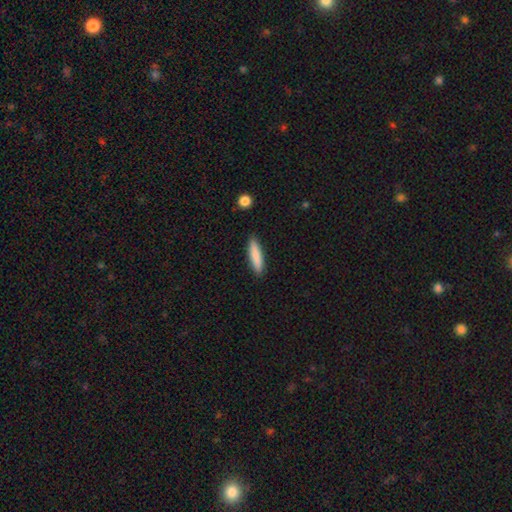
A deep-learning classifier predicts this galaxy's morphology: Q: Smooth or featured?
A: smooth (83%); runner-up: featured or disk (11%)
Q: How rounded?
A: cigar-shaped (81%); runner-up: in between (17%)
Q: Merging?
A: none (89%); runner-up: minor disturbance (8%)